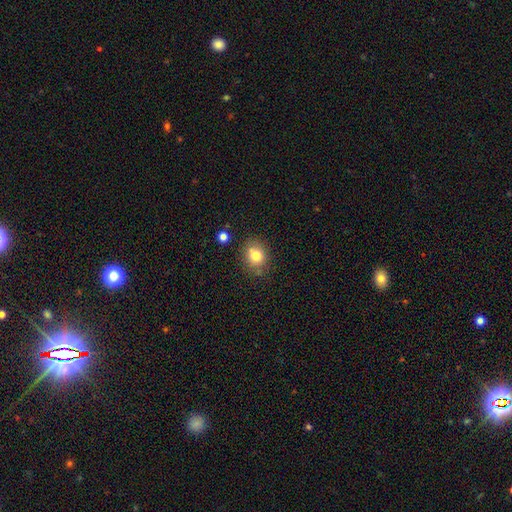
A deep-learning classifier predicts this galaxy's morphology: type=smooth (79%); roundness=round (64%); merging=none (73%).